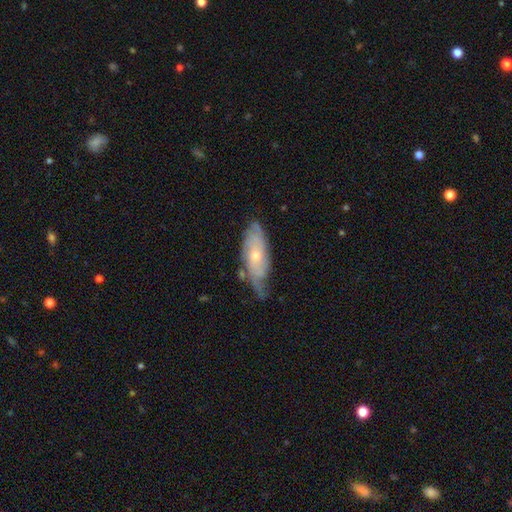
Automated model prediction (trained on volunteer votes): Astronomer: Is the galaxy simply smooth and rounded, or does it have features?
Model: featured or disk — 63%.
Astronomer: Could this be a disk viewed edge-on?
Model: no — 83%.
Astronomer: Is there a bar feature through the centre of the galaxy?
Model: no — 77%.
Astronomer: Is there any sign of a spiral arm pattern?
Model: yes — 81%.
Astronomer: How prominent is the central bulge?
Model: small — 53% (runner-up: moderate, 43%).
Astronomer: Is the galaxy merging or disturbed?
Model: none — 52% (runner-up: minor disturbance, 34%).